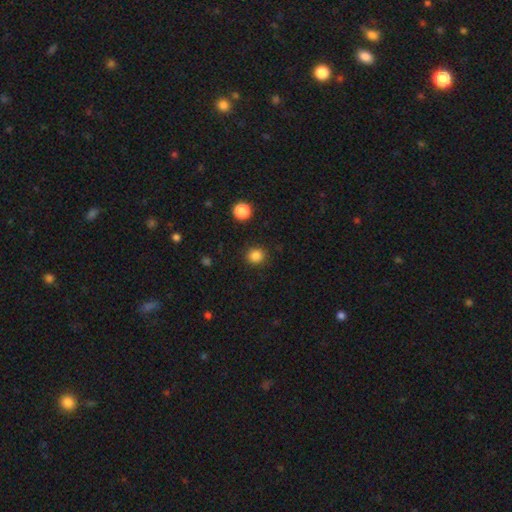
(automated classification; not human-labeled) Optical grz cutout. It shows a smooth galaxy with no disk features (84%) that is round (89%). Merging: none (90%).